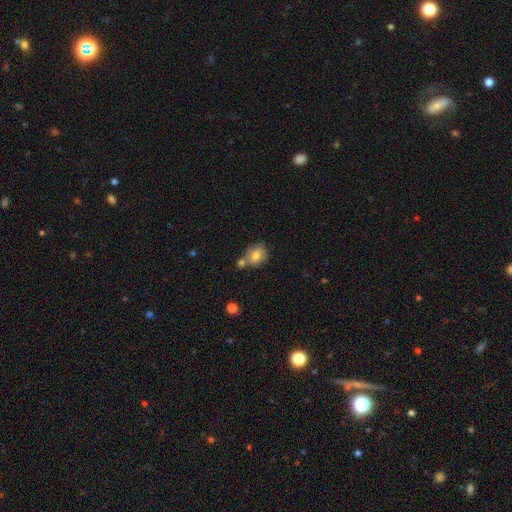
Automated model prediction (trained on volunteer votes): A smooth galaxy with no disk features (77%) that is round (67%).

Vote fractions:
- Smooth or featured? smooth: 77% / featured or disk: 14% / star or artifact: 9%
- How rounded? round: 67% / in between: 32% / cigar-shaped: 1%
- Merging? none: 51% / merger: 32% / minor disturbance: 14% / major disturbance: 4%